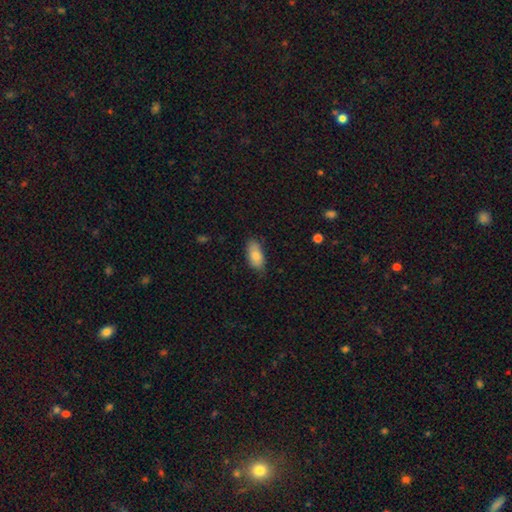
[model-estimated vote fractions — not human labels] This is clearly a smooth galaxy (82%). How rounded: clearly in between (91%). Merging: likely none (78%).